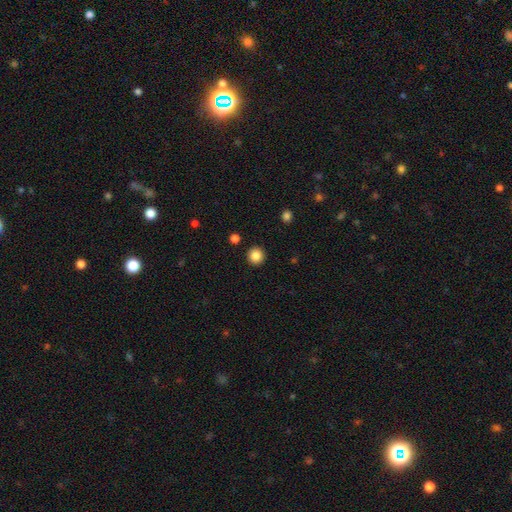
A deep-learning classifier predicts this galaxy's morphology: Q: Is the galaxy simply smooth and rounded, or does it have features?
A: smooth — 86%.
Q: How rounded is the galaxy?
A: round — 94%.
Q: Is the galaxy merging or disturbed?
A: none — 92%.